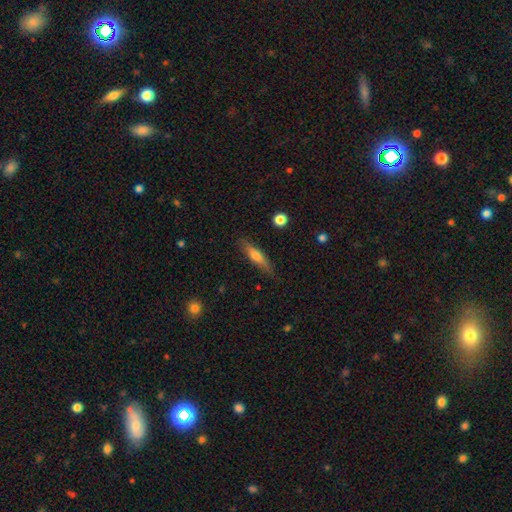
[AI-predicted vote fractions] This appears to be a smooth galaxy with no disk features (57%) that is cigar-shaped (74%). Merging: none (82%).